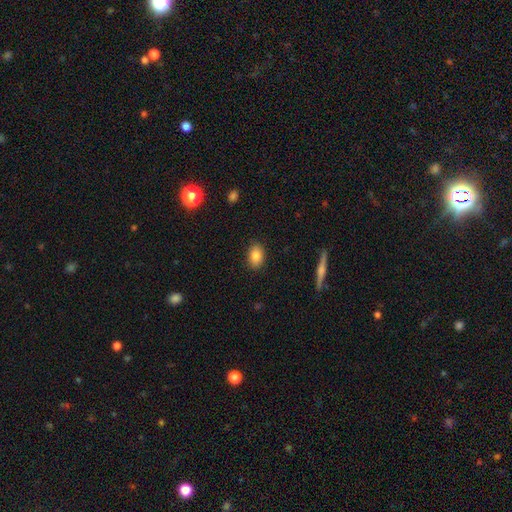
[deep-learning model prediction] Smooth or featured? Predicted: smooth (p=0.84). How rounded? Predicted: in between (p=0.78). Merging? Predicted: none (p=0.88).